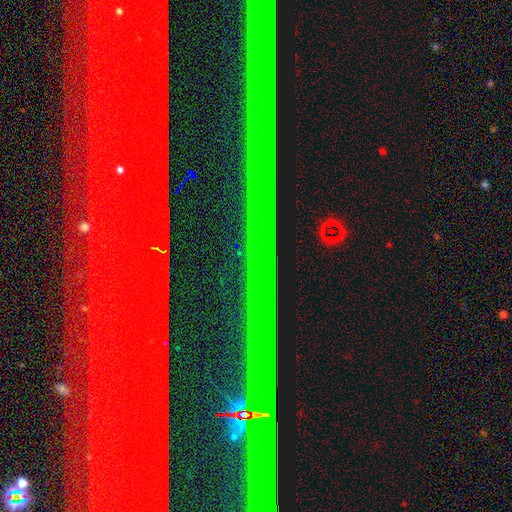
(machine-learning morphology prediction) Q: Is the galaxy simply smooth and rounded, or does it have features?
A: star or artifact — 87%.